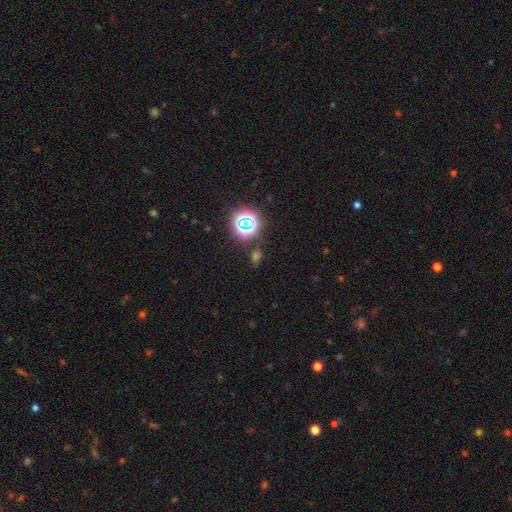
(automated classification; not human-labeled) Smooth or featured: star or artifact — 58% (smooth — 33%)